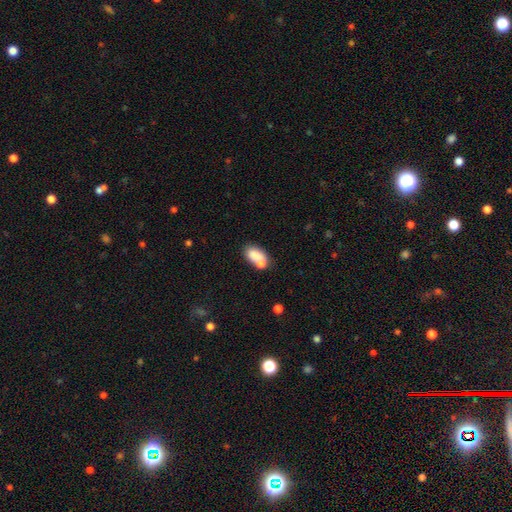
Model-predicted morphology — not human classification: Smooth or featured? Predicted: smooth (p=0.76). How rounded? Predicted: in between (p=0.87). Merging? Predicted: merger (p=0.42).